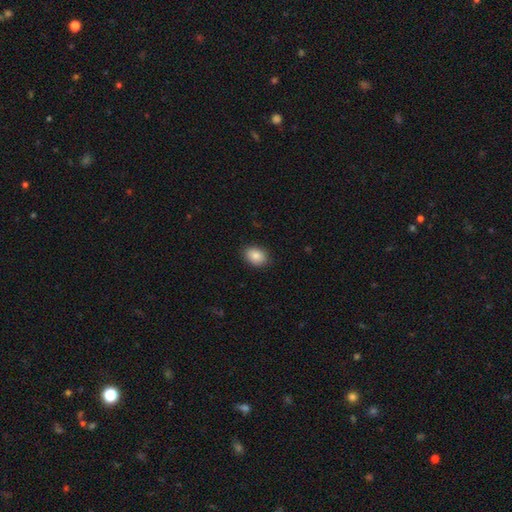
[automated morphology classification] A smooth galaxy with no disk features (86%) that is in between round and cigar-shaped (75%). Merging: none (87%).